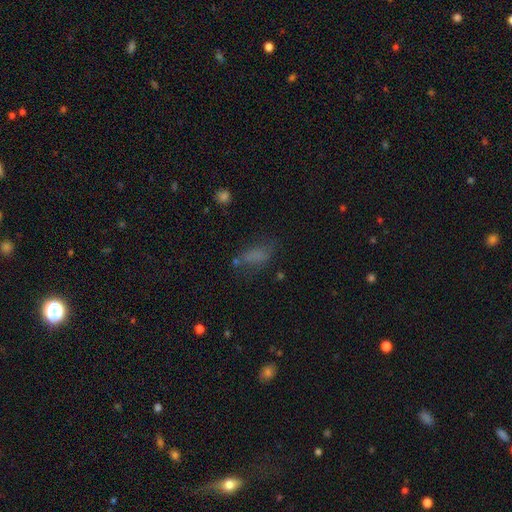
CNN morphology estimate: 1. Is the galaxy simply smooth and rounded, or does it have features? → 66% smooth, 18% star or artifact, 16% featured or disk.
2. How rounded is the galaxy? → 75% in between, 19% cigar-shaped, 6% round.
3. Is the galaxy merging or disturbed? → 53% none, 23% minor disturbance, 18% major disturbance, 6% merger.